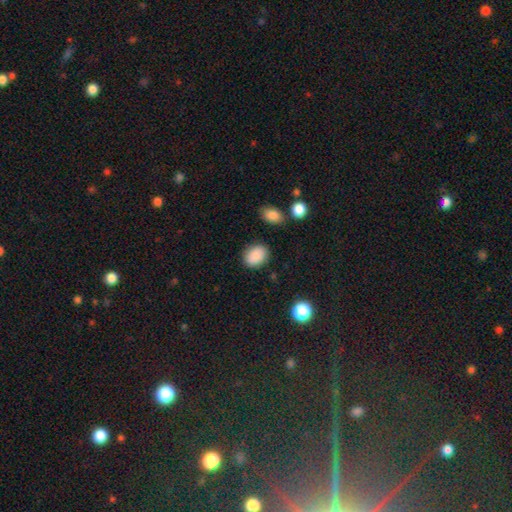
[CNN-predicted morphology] Smooth or featured? Predicted: smooth (p=0.88). How rounded? Predicted: in between (p=0.66). Merging? Predicted: none (p=0.84).